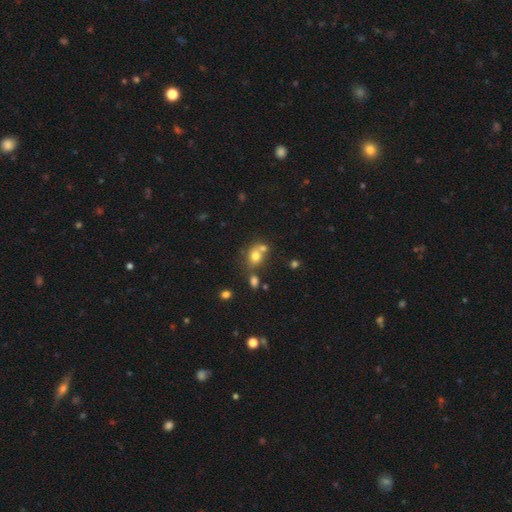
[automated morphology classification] Smooth or featured: smooth — 72% (featured or disk — 14%)
How rounded: round — 54% (in between — 45%)
Merging: none — 44% (merger — 38%)